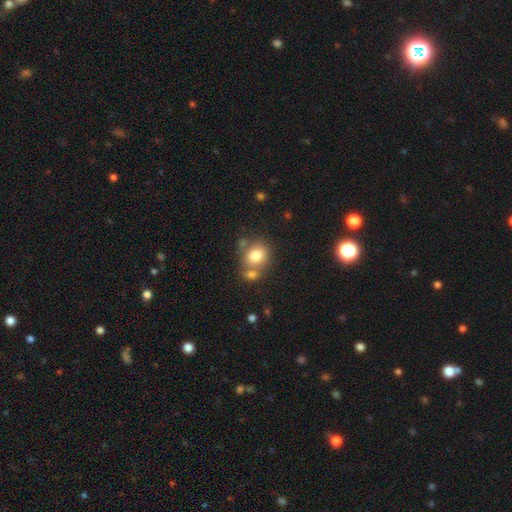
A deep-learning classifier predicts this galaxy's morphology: Smooth or featured?
  - smooth: 78% *
  - featured or disk: 12%
  - star or artifact: 10%
How rounded?
  - round: 63% *
  - in between: 36%
  - cigar-shaped: 1%
Merging?
  - none: 49% *
  - merger: 35%
  - minor disturbance: 12%
  - major disturbance: 4%